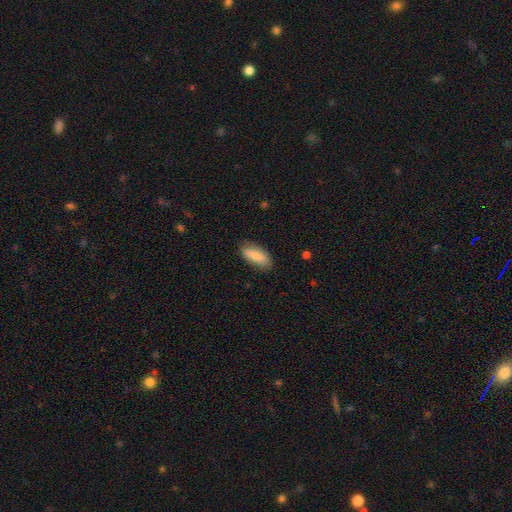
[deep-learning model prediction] A smooth galaxy with no disk features (80%) that is in between round and cigar-shaped (79%). Merging: none (82%).